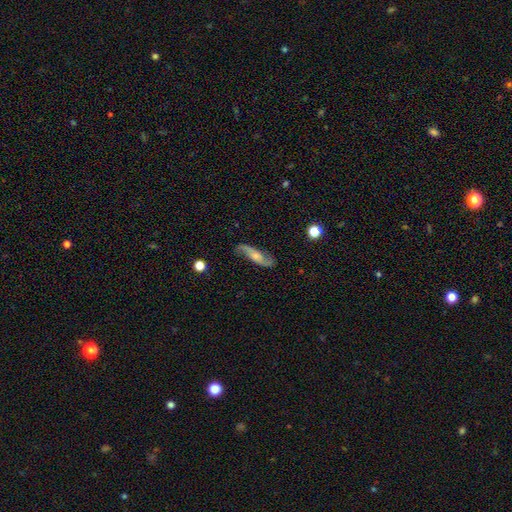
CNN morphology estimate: This is likely a featured or disk galaxy (72%). It is clearly not viewed edge-on (86%). Bar: possibly no (57%). Spiral arm pattern: clearly yes (93%). Spiral arm count: clearly 2 (91%). Spiral winding: likely loose (65%). Central bulge: marginally small (45%). Merging: likely none (75%).